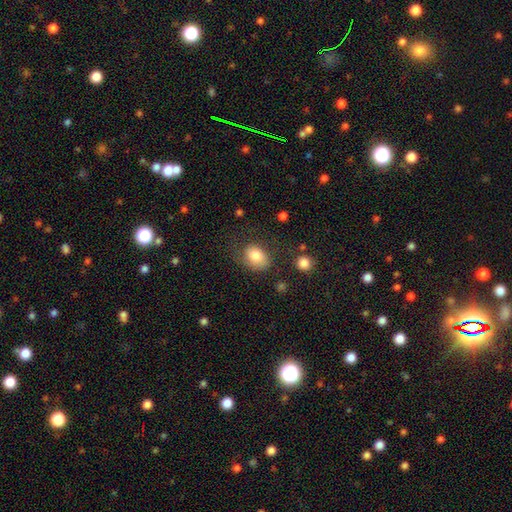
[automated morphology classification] Smooth or featured? Predicted: smooth (p=0.80). How rounded? Predicted: in between (p=0.70). Merging? Predicted: none (p=0.61).